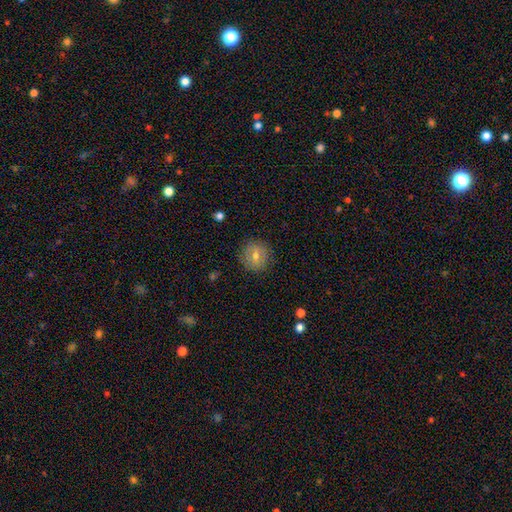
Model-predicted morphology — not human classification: Smooth or featured: smooth — 58% (featured or disk — 28%)
How rounded: round — 91% (in between — 8%)
Merging: none — 88% (minor disturbance — 8%)